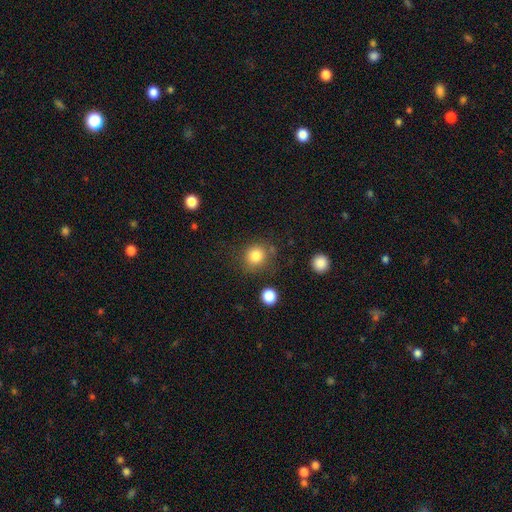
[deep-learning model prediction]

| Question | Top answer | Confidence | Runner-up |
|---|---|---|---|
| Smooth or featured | smooth | 83% | star or artifact (11%) |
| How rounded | round | 84% | in between (15%) |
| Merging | none | 76% | minor disturbance (13%) |